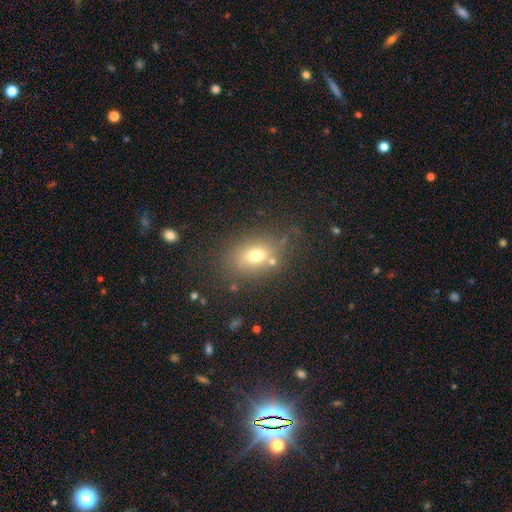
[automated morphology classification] Q: Smooth or featured?
A: smooth (70%); runner-up: star or artifact (15%)
Q: How rounded?
A: in between (64%); runner-up: round (35%)
Q: Merging?
A: none (74%); runner-up: minor disturbance (14%)